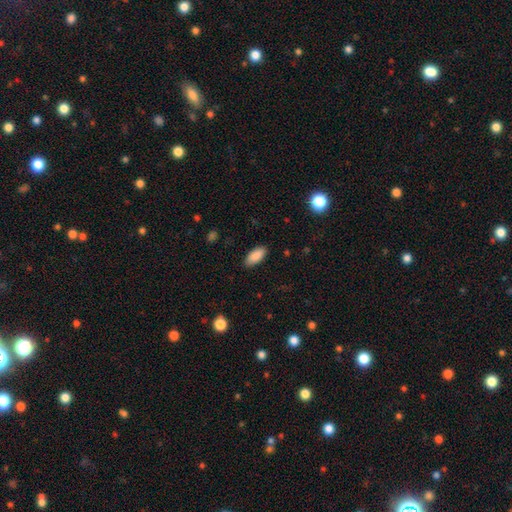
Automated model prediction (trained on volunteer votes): Smooth or featured: smooth — 89% (star or artifact — 6%)
How rounded: in between — 88% (cigar-shaped — 10%)
Merging: none — 87% (minor disturbance — 9%)